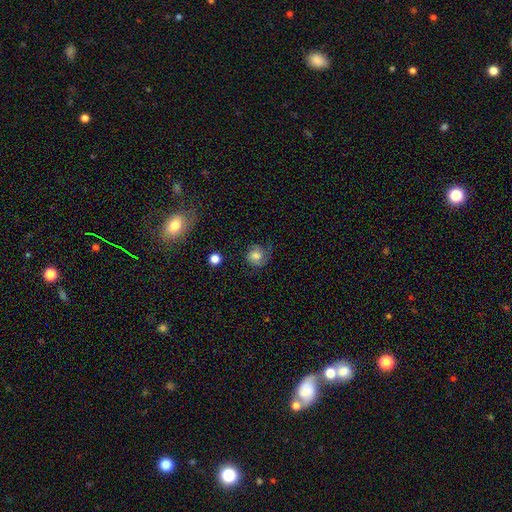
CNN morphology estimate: Smooth or featured? Predicted: smooth (p=0.58). How rounded? Predicted: round (p=0.76). Merging? Predicted: none (p=0.58).